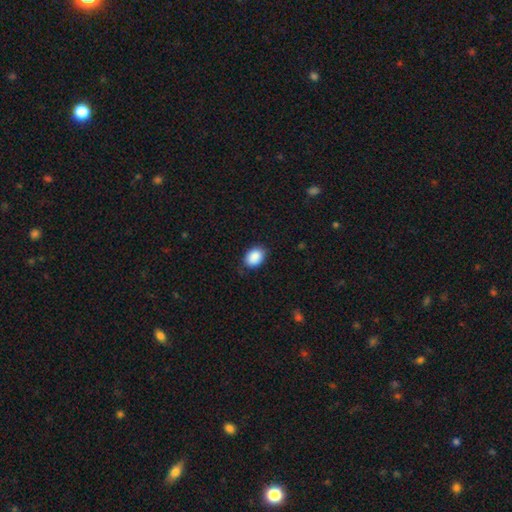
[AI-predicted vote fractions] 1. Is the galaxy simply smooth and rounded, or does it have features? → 89% smooth, 7% star or artifact, 3% featured or disk.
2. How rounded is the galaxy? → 74% in between, 25% round, 1% cigar-shaped.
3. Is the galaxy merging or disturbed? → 82% none, 14% minor disturbance, 3% major disturbance, 1% merger.